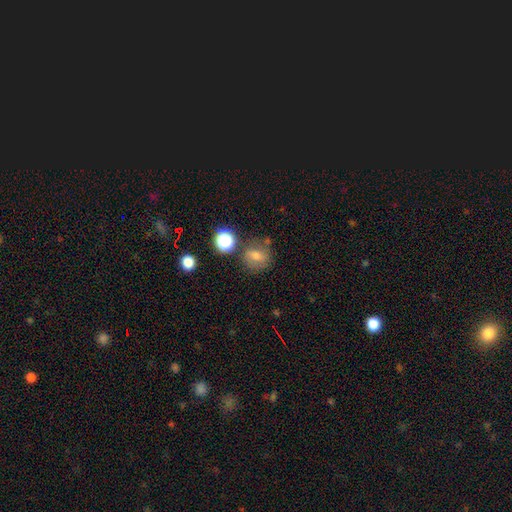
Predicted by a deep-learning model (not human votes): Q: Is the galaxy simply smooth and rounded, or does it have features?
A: smooth — 60%.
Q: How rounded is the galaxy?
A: round — 76%.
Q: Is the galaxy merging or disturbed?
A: none — 71%.